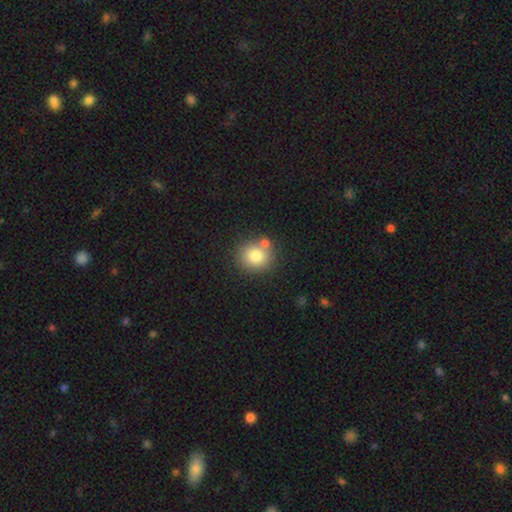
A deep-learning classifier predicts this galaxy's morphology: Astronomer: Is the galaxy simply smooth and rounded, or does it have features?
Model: smooth — 80%.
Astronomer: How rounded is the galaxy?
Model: round — 84%.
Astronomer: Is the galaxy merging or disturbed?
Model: none — 69%.